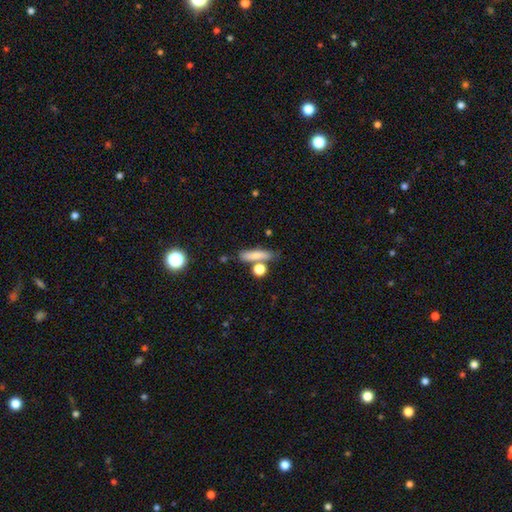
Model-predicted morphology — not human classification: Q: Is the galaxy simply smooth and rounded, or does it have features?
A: smooth — 76%.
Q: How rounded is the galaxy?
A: cigar-shaped — 64%.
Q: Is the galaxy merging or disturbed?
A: none — 65%.